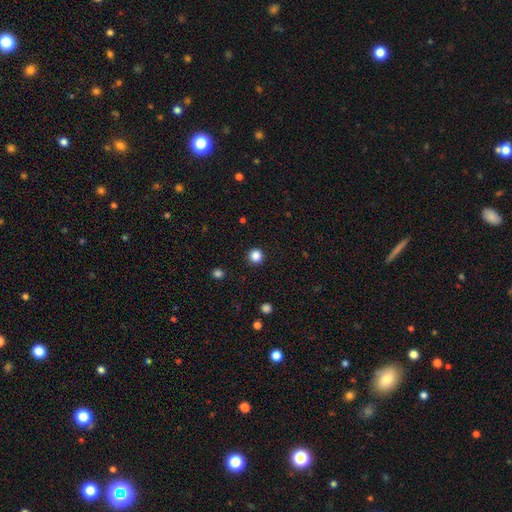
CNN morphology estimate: smooth 85%, star or artifact 12%, featured or disk 3%. Down the decision tree: how rounded — round (95%); merging — none (93%).